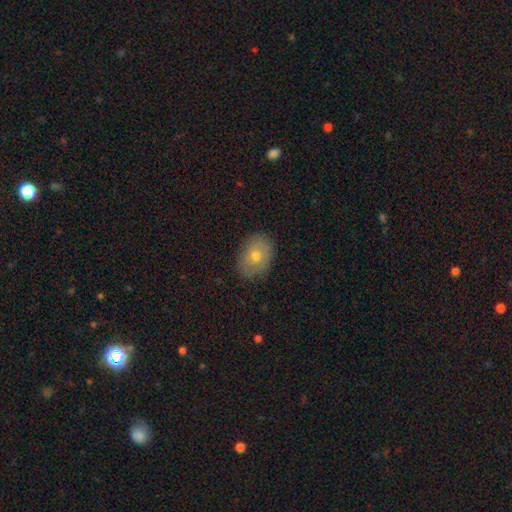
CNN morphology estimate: smooth_or_featured: smooth (p=0.71) [alt: featured or disk p=0.19]
how_rounded: in between (p=0.72) [alt: round p=0.27]
merging: none (p=0.86) [alt: minor disturbance p=0.10]